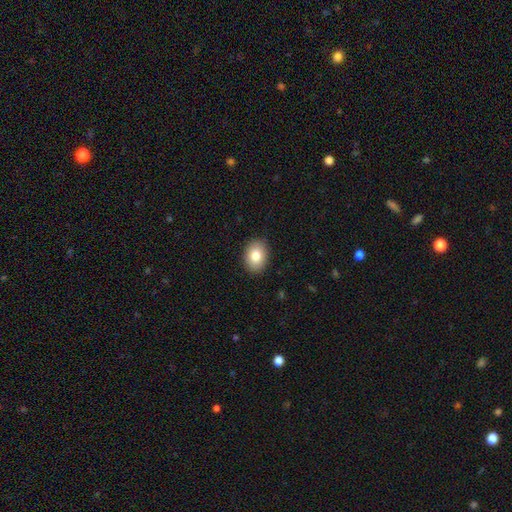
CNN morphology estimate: Smooth or featured? smooth (82%)
How rounded? in between (71%)
Merging? none (89%)